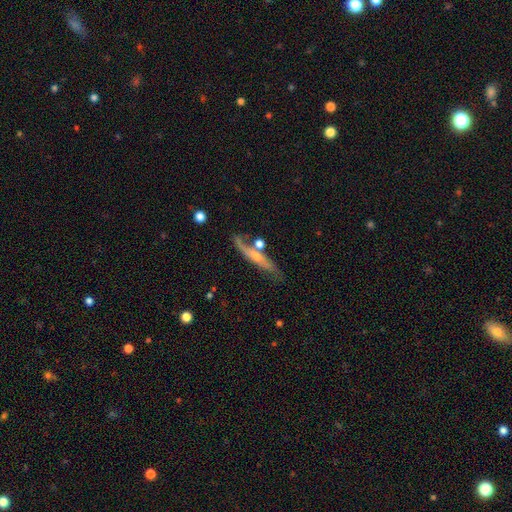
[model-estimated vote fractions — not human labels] The model was most divided on "smooth or featured": featured or disk: 59%, smooth: 34%, star or artifact: 7%. More confident: edge-on disk — yes (72%); merging — none (56%).